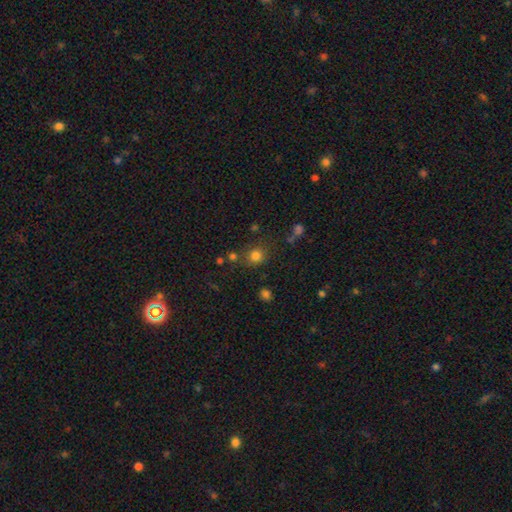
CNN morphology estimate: A smooth galaxy with no disk features (78%) that is round (86%). Merging: none (76%).